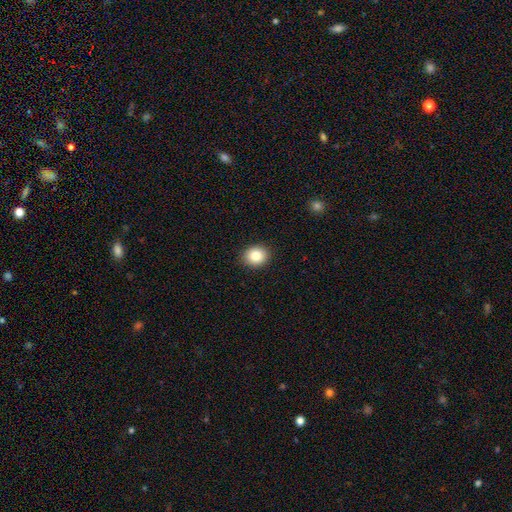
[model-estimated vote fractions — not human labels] This is clearly a smooth galaxy (85%). How rounded: likely round (70%). Merging: clearly none (91%).